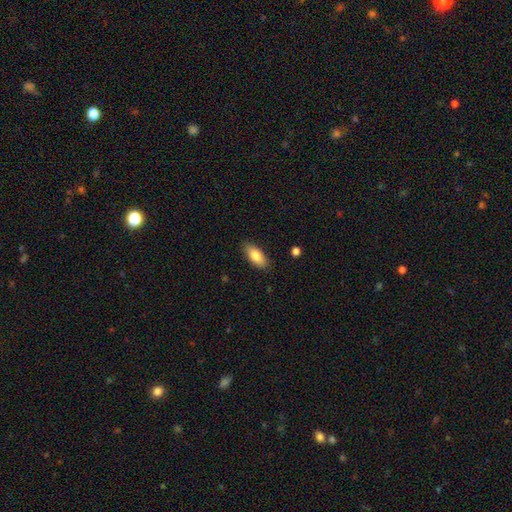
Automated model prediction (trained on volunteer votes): This appears to be a smooth galaxy with no disk features (82%) that is in between round and cigar-shaped (84%). Merging: none (86%).